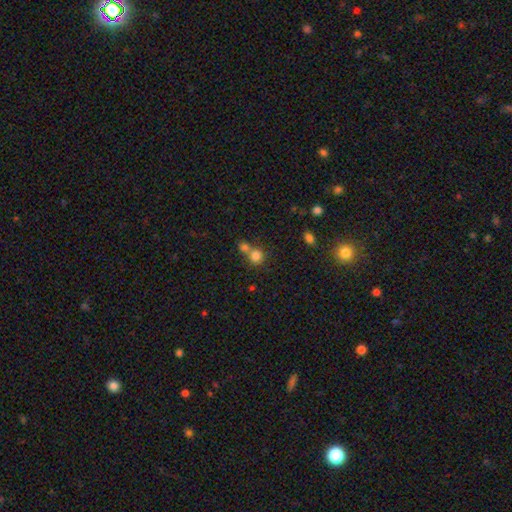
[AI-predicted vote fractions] This appears to be a smooth galaxy with no disk features (80%) that is round (87%). Merging: none (46%).